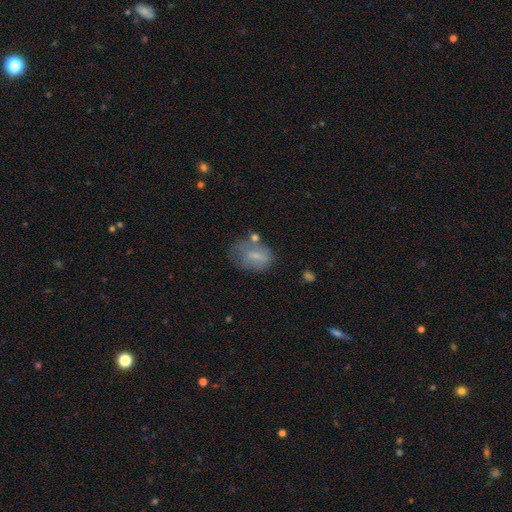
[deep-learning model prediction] Overall: smooth (60%; featured or disk 30%). How rounded: in between (73%). Merging: none (43%; minor disturbance 29%).